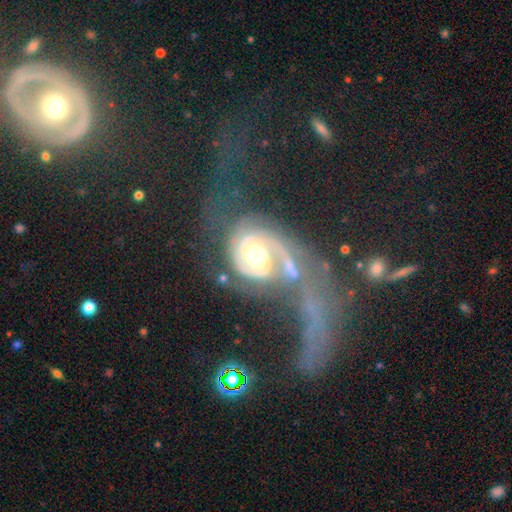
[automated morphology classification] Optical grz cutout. It shows a featured or disk galaxy (87%) with no bar (53%), 2 (75%) medium (39%) spiral arms (94%) and a moderate central bulge (63%). Merging: major disturbance (44%).